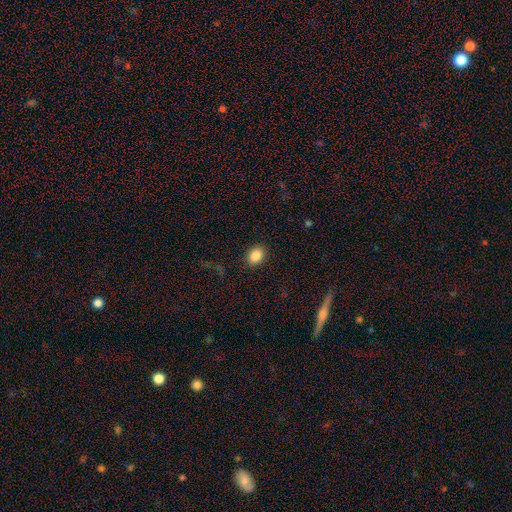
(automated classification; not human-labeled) smooth_or_featured: smooth (p=0.87) [alt: star or artifact p=0.09]
how_rounded: in between (p=0.56) [alt: round p=0.43]
merging: none (p=0.89) [alt: minor disturbance p=0.07]